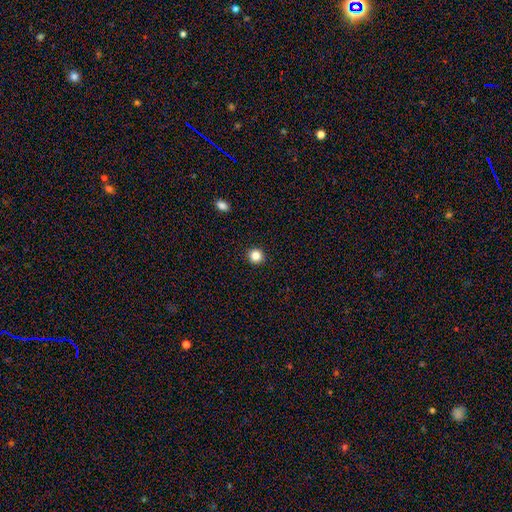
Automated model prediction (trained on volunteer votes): Q: Smooth or featured?
A: smooth (85%); runner-up: star or artifact (11%)
Q: How rounded?
A: round (94%); runner-up: in between (5%)
Q: Merging?
A: none (93%); runner-up: minor disturbance (4%)